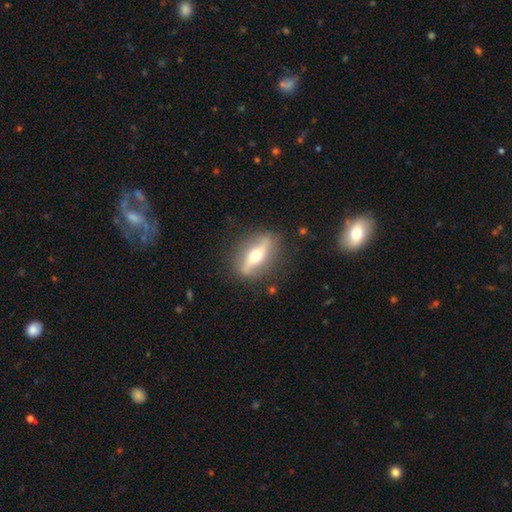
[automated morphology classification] A featured or disk galaxy (67%) viewed edge-on (65%). Merging: none (83%).